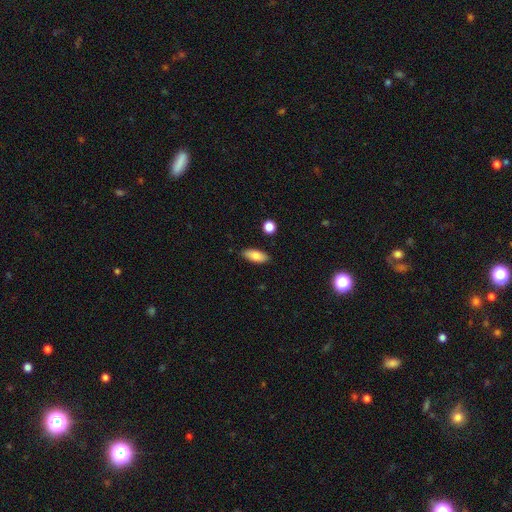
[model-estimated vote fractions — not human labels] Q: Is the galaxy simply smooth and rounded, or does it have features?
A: smooth — 81%.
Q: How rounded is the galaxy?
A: in between — 81%.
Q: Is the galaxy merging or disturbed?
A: none — 87%.